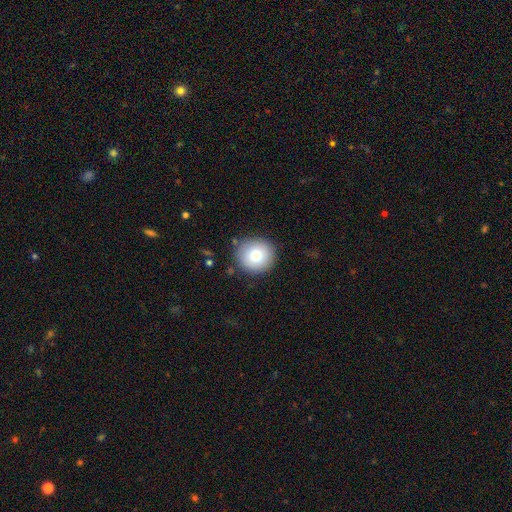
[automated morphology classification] This appears to be a smooth galaxy with no disk features (78%) that is round (93%). Merging: none (87%).